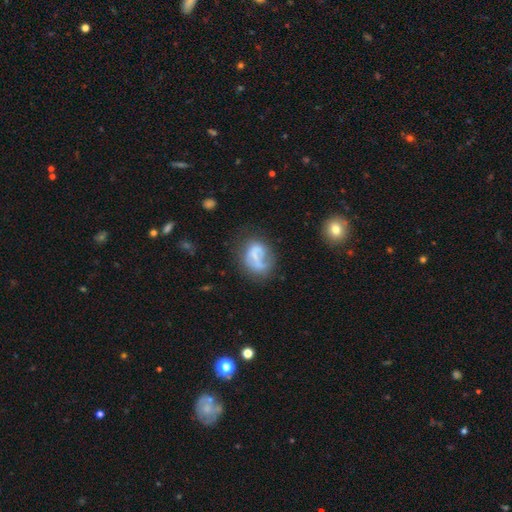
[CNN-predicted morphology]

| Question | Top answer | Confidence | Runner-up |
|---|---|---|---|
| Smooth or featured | smooth | 46% | featured or disk (43%) |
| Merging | none | 40% | major disturbance (30%) |